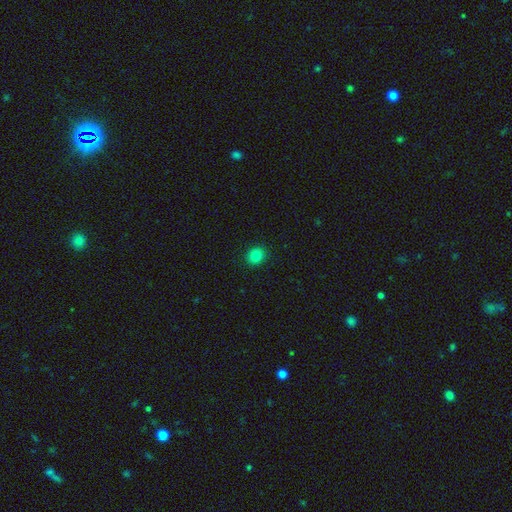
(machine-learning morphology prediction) smooth 82%, star or artifact 12%, featured or disk 6%. Down the decision tree: how rounded — round (77%); merging — none (91%).